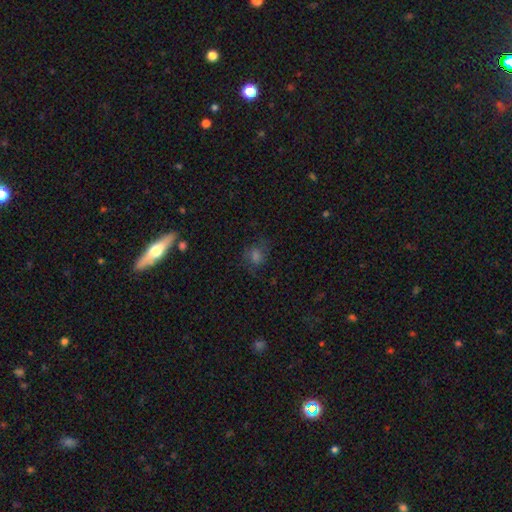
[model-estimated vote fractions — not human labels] Q: Smooth or featured?
A: smooth (49%); runner-up: featured or disk (28%)
Q: Merging?
A: none (71%); runner-up: minor disturbance (17%)